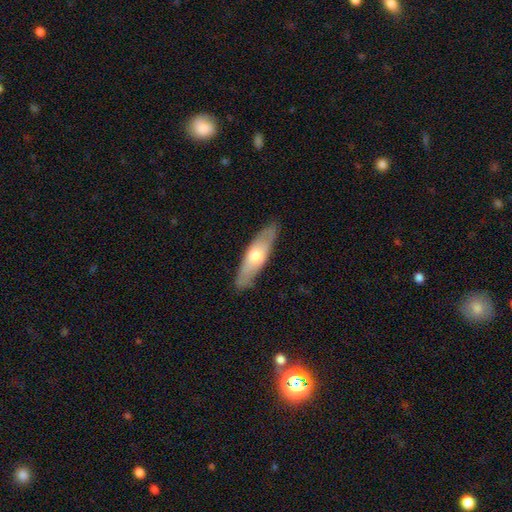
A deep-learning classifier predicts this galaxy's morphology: The model was most divided on "smooth or featured": smooth: 51%, featured or disk: 44%, star or artifact: 5%. More confident: merging — none (86%); how rounded — cigar-shaped (62%).